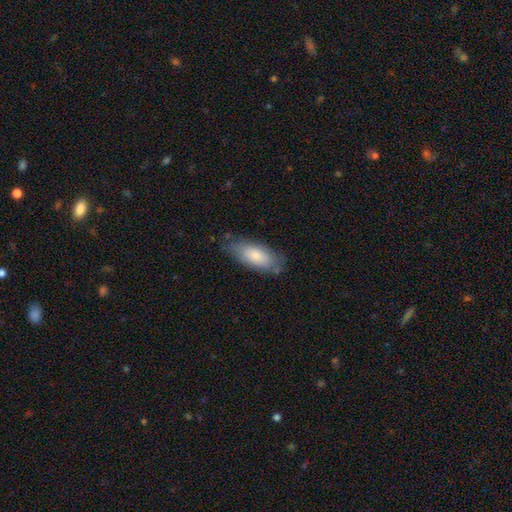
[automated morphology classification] Overall: smooth (78%). How rounded: in between (82%). Merging: none (69%).